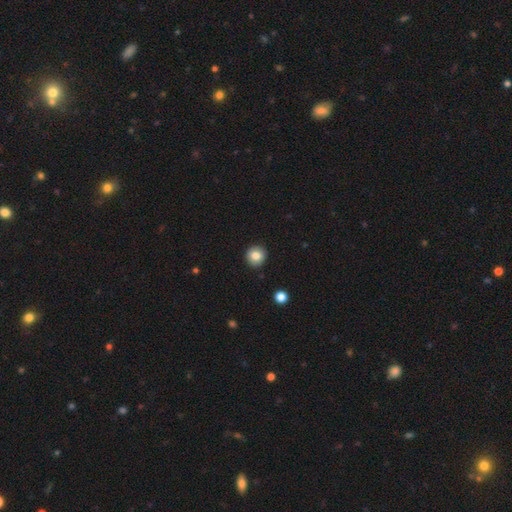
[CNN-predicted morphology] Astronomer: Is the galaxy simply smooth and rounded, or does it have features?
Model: smooth — 82%.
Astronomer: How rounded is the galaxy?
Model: round — 92%.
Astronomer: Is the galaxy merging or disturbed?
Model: none — 91%.